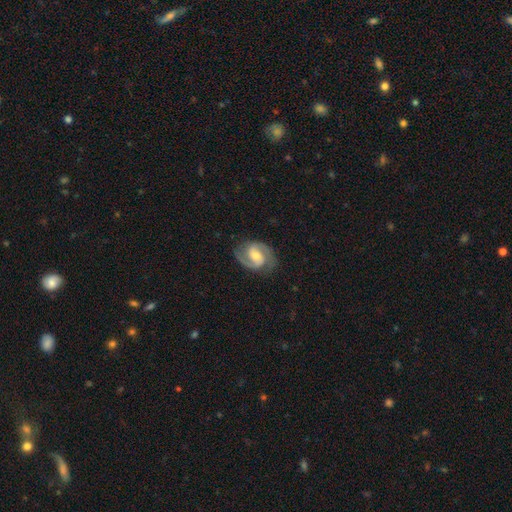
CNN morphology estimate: Smooth or featured: featured or disk — 89% (smooth — 6%)
Edge-on disk: no — 98% (yes — 2%)
Bar: weak — 51% (no — 29%)
Spiral arms: yes — 98% (no — 2%)
Spiral winding: medium — 58% (tight — 28%)
Spiral arm count: 2 — 93% (can't tell — 2%)
Bulge size: moderate — 60% (small — 30%)
Merging: none — 82% (minor disturbance — 13%)